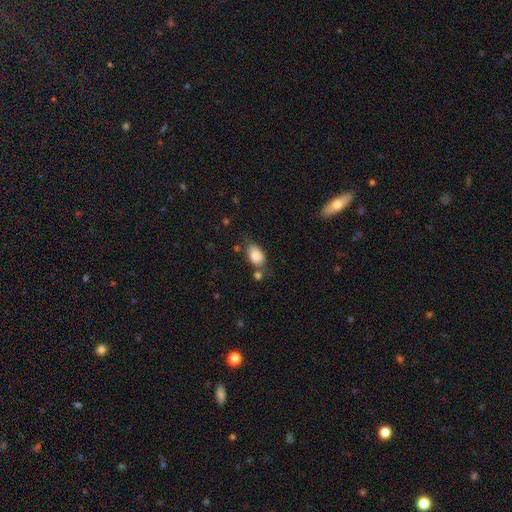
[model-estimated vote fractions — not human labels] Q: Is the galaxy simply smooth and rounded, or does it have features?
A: smooth — 85%.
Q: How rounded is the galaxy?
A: in between — 86%.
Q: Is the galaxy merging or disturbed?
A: none — 55%.